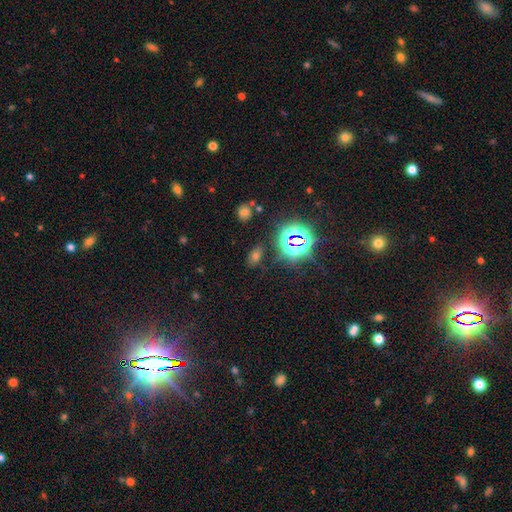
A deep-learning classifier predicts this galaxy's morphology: smooth-or-featured: star or artifact: 50% | smooth: 41% | featured or disk: 10%